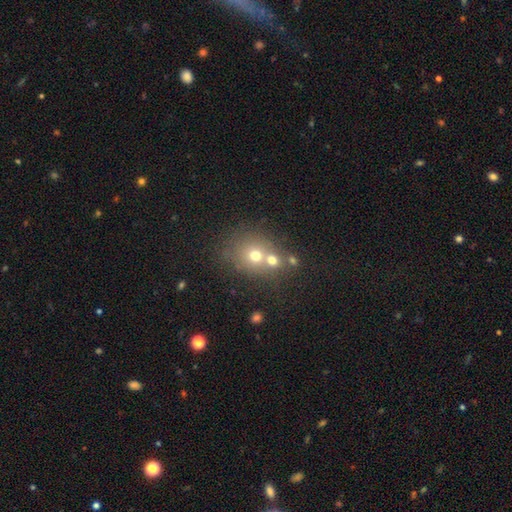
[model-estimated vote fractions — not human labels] smooth_or_featured: smooth (p=0.65) [alt: featured or disk p=0.19]
how_rounded: round (p=0.74) [alt: in between p=0.25]
merging: merger (p=0.48) [alt: none p=0.40]